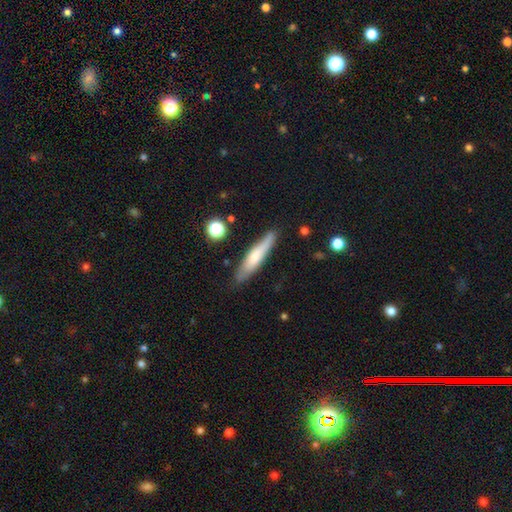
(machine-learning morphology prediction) type=smooth (63%); roundness=cigar-shaped (86%); merging=none (79%).